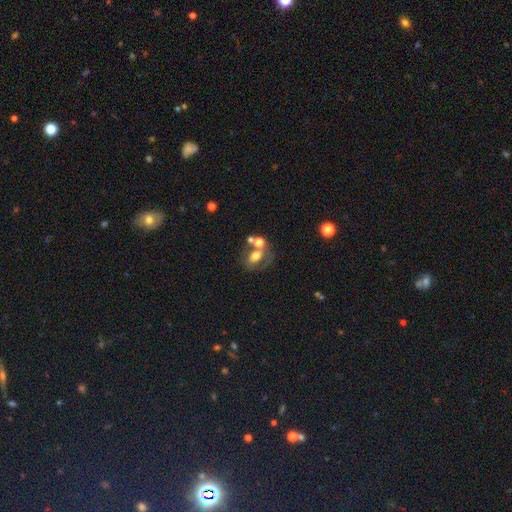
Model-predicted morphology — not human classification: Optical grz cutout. It shows a smooth galaxy with no disk features (57%) that is in between round and cigar-shaped (68%). Merging: none (39%).